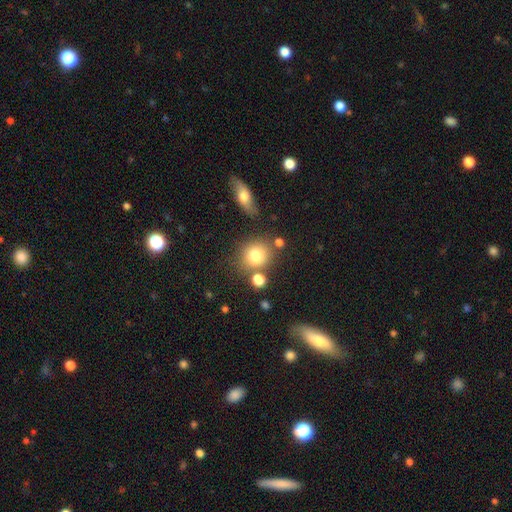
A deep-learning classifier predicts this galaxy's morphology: smooth_or_featured: smooth (p=0.79) [alt: star or artifact p=0.11]
how_rounded: round (p=0.76) [alt: in between p=0.22]
merging: none (p=0.72) [alt: merger p=0.12]